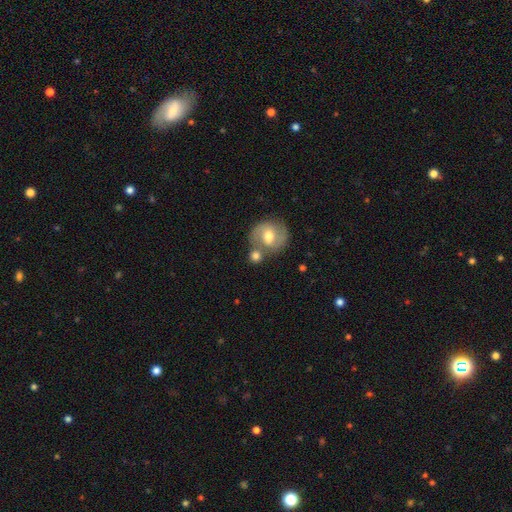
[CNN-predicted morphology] The model was most divided on "smooth or featured": smooth: 54%, featured or disk: 38%, star or artifact: 8%. More confident: how rounded — round (78%); merging — none (57%).